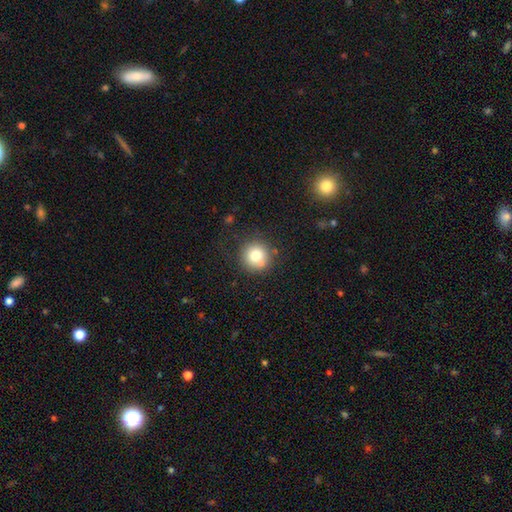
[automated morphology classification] The model was most divided on "smooth or featured": smooth: 77%, star or artifact: 12%, featured or disk: 11%. More confident: how rounded — round (93%); merging — none (81%).